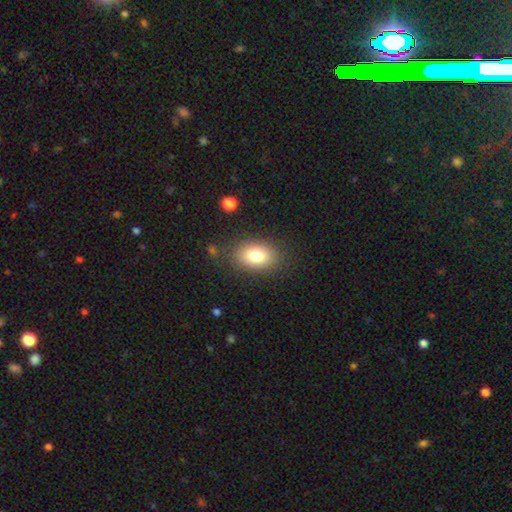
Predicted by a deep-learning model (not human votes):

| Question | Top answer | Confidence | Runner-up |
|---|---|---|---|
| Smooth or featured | smooth | 80% | featured or disk (11%) |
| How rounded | in between | 81% | round (18%) |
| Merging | none | 83% | minor disturbance (11%) |